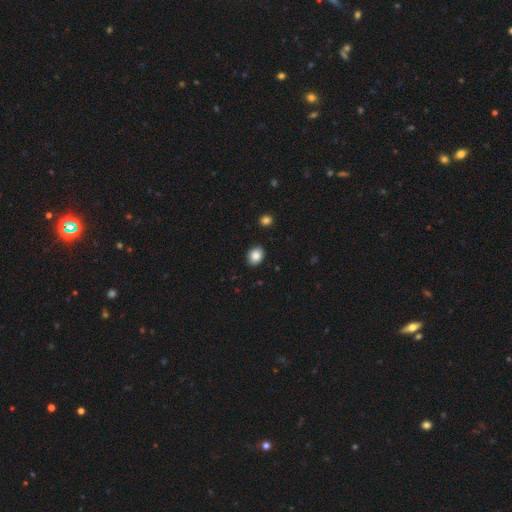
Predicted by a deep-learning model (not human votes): Morphology: type=smooth (85%); roundness=in between (56%); merging=none (89%).